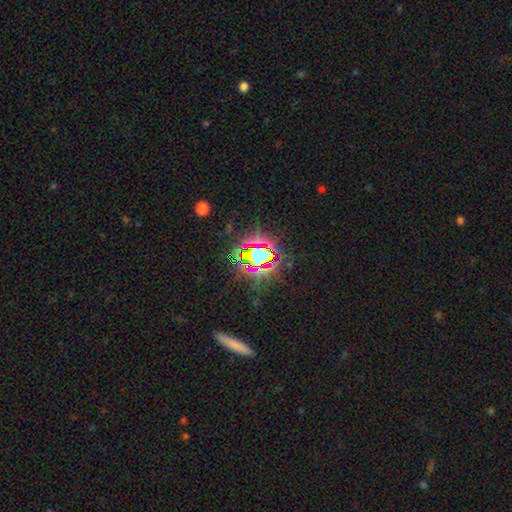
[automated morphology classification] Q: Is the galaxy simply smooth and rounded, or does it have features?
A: star or artifact — 74%.